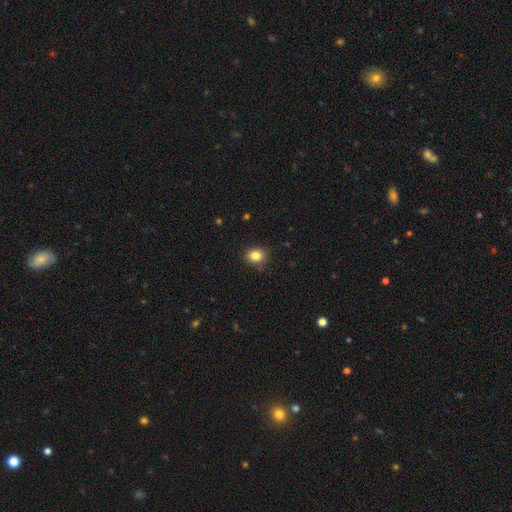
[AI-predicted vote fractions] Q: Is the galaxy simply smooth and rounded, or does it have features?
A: smooth — 84%.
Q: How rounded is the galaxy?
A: in between — 51%.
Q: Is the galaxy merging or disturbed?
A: none — 84%.